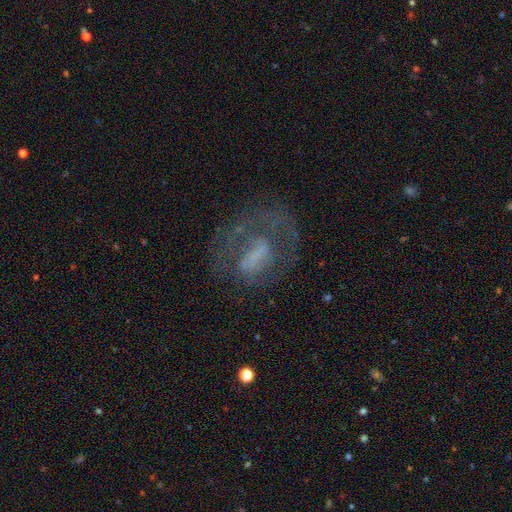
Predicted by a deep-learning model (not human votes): Smooth or featured? featured or disk (63%)
Edge-on disk? no (96%)
Bar? no (43%)
Spiral arms? yes (54%)
Bulge size? none (49%)
Merging? none (49%)